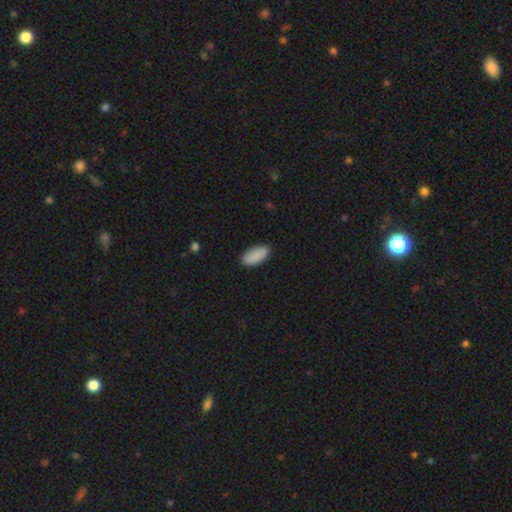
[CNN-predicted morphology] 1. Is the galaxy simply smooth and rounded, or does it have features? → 90% smooth, 6% star or artifact, 4% featured or disk.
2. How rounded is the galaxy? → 92% in between, 6% cigar-shaped, 2% round.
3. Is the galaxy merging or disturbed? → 88% none, 9% minor disturbance, 2% major disturbance, 1% merger.